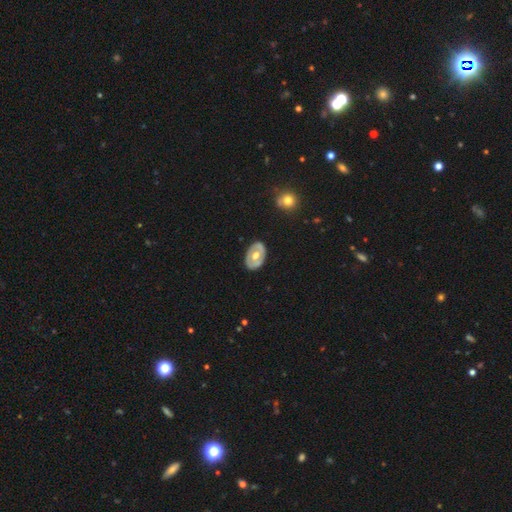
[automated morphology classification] Q: Smooth or featured?
A: featured or disk (54%); runner-up: smooth (41%)
Q: Edge-on disk?
A: no (91%); runner-up: yes (9%)
Q: Merging?
A: none (82%); runner-up: minor disturbance (13%)